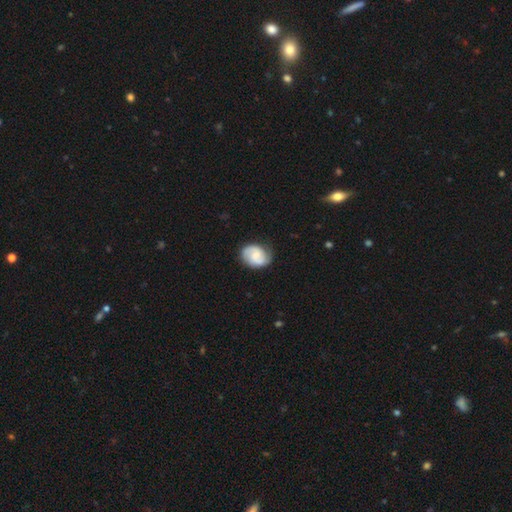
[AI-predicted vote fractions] Smooth or featured: featured or disk — 71% (smooth — 23%)
Edge-on disk: no — 98% (yes — 2%)
Bar: no — 49% (weak — 42%)
Spiral arms: yes — 95% (no — 5%)
Spiral winding: medium — 48% (tight — 34%)
Spiral arm count: 2 — 88% (can't tell — 5%)
Bulge size: small — 41% (moderate — 32%)
Merging: none — 80% (minor disturbance — 15%)